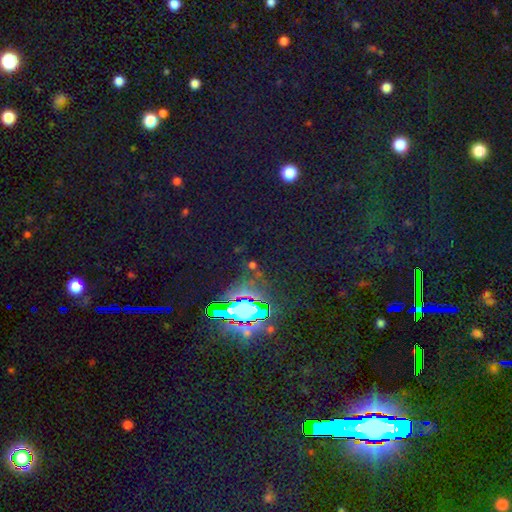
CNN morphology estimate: Q: Smooth or featured?
A: star or artifact (83%); runner-up: smooth (11%)